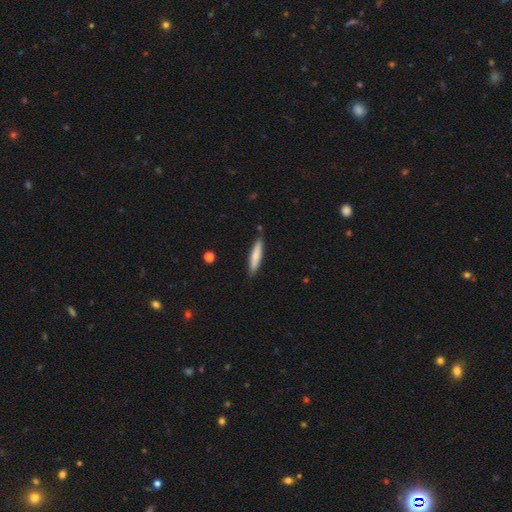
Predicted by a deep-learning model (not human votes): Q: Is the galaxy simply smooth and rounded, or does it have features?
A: smooth — 77%.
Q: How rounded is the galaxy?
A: cigar-shaped — 86%.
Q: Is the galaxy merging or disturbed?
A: none — 85%.